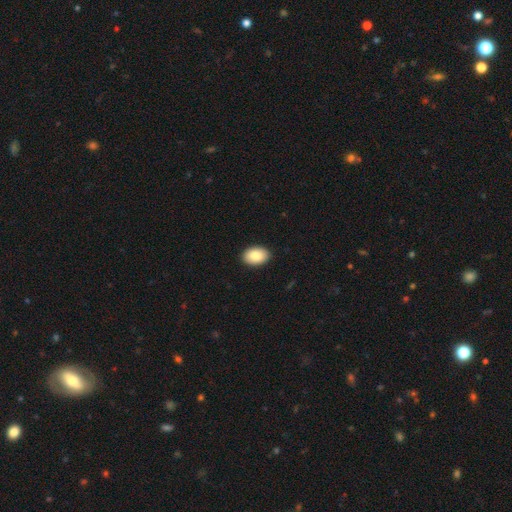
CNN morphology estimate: smooth 87%, star or artifact 7%, featured or disk 6%. Down the decision tree: how rounded — in between (88%); merging — none (91%).